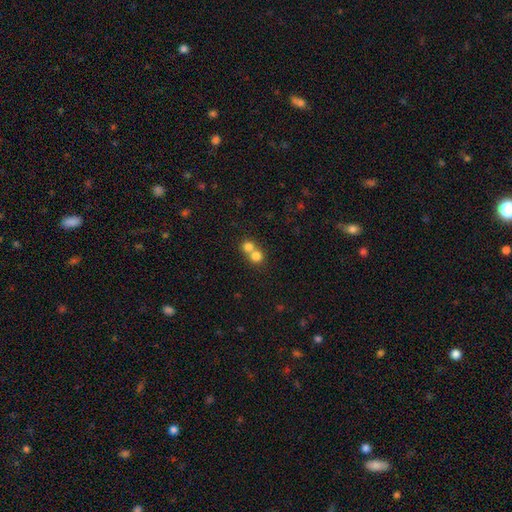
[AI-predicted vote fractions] Smooth or featured?
  - smooth: 78% *
  - star or artifact: 11%
  - featured or disk: 11%
How rounded?
  - round: 86% *
  - in between: 13%
  - cigar-shaped: 1%
Merging?
  - merger: 60% *
  - none: 34%
  - minor disturbance: 4%
  - major disturbance: 2%